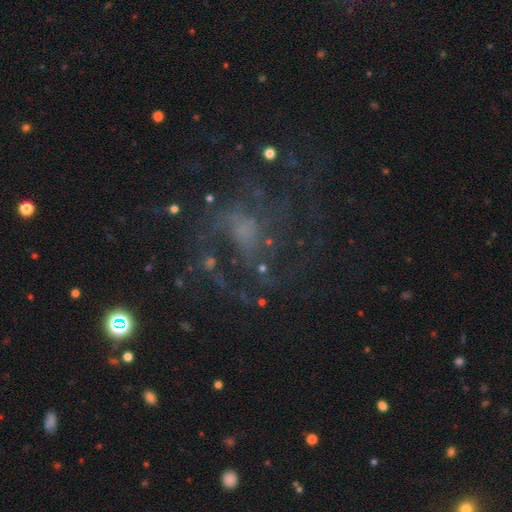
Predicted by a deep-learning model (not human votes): A featured or disk galaxy (73%) with no bar (62%), medium (45%) spiral arms (85%) and no central bulge (36%). Merging: none (59%).